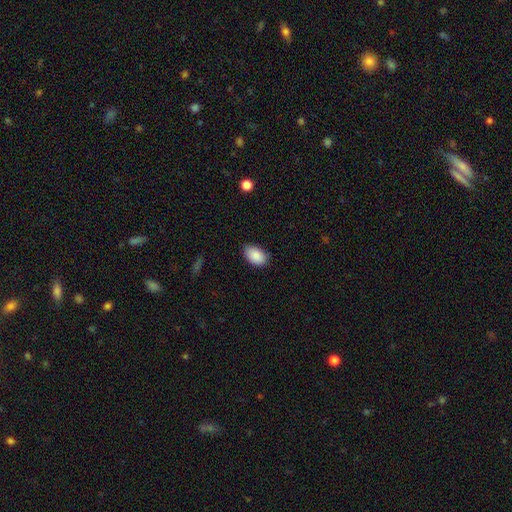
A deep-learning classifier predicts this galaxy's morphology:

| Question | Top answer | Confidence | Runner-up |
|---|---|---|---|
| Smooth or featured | smooth | 89% | star or artifact (7%) |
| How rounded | in between | 90% | round (9%) |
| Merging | none | 79% | minor disturbance (17%) |